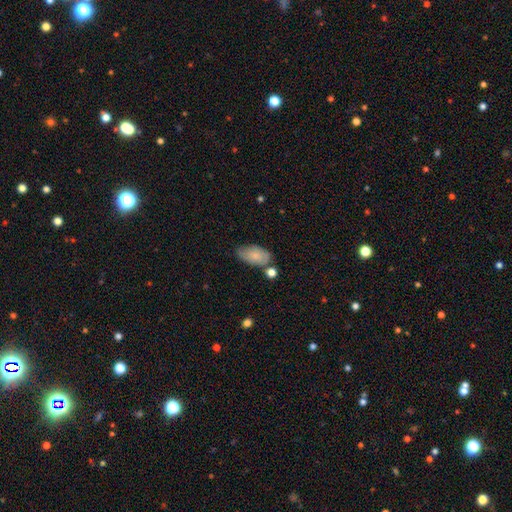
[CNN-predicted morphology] Smooth or featured? smooth (79%)
How rounded? in between (94%)
Merging? none (64%)